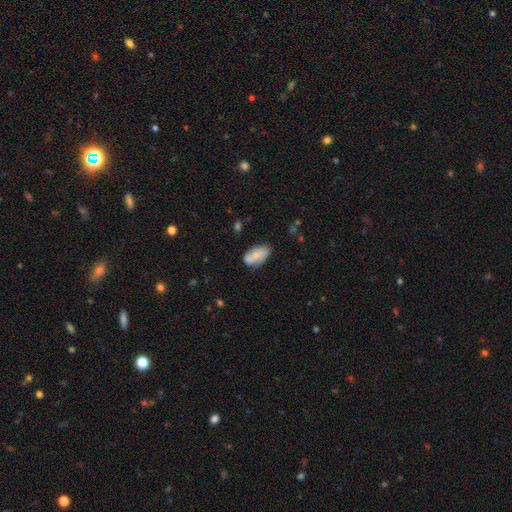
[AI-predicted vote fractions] The model was most divided on "merging": none: 49%, minor disturbance: 27%, merger: 15%, major disturbance: 9%. More confident: how rounded — in between (92%); smooth or featured — smooth (70%).